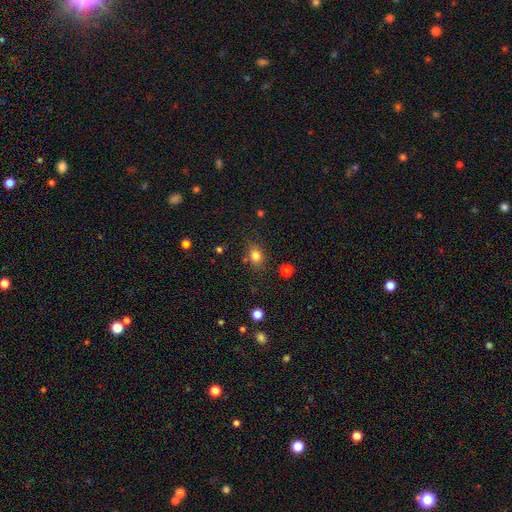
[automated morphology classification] Smooth or featured? Predicted: smooth (p=0.80). How rounded? Predicted: round (p=0.53). Merging? Predicted: none (p=0.79).